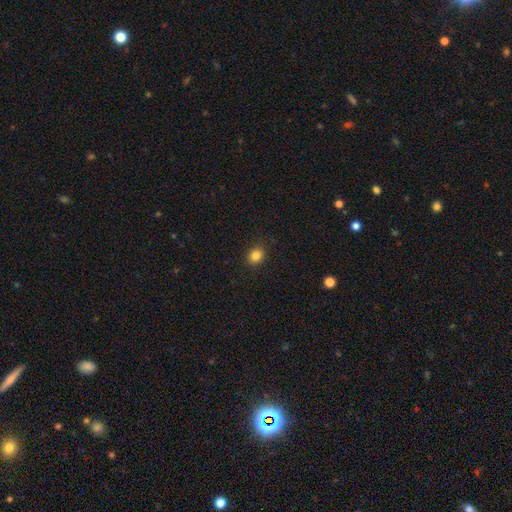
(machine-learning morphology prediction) Smooth or featured?
  - smooth: 84% *
  - star or artifact: 11%
  - featured or disk: 4%
How rounded?
  - round: 72% *
  - in between: 27%
  - cigar-shaped: 1%
Merging?
  - none: 89% *
  - minor disturbance: 8%
  - major disturbance: 2%
  - merger: 1%